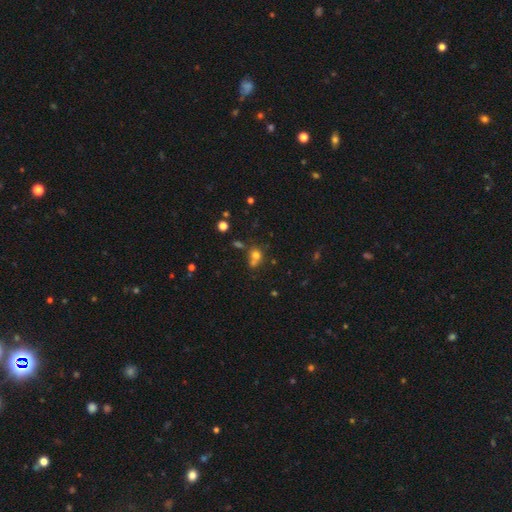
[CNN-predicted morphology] Smooth or featured? smooth (69%)
How rounded? round (77%)
Merging? none (44%)